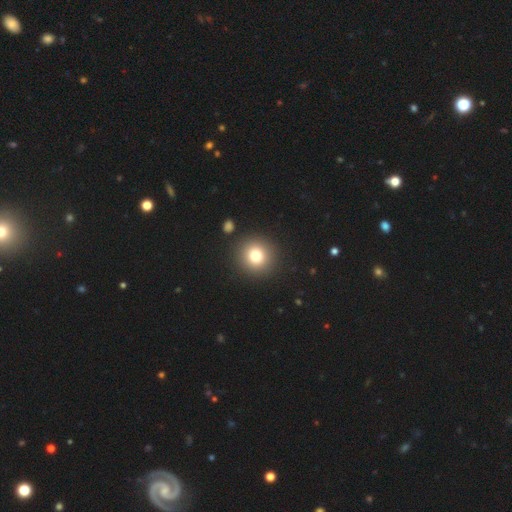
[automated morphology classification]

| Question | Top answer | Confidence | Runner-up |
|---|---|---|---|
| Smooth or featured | smooth | 79% | star or artifact (12%) |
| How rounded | round | 93% | in between (6%) |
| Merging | none | 89% | minor disturbance (5%) |